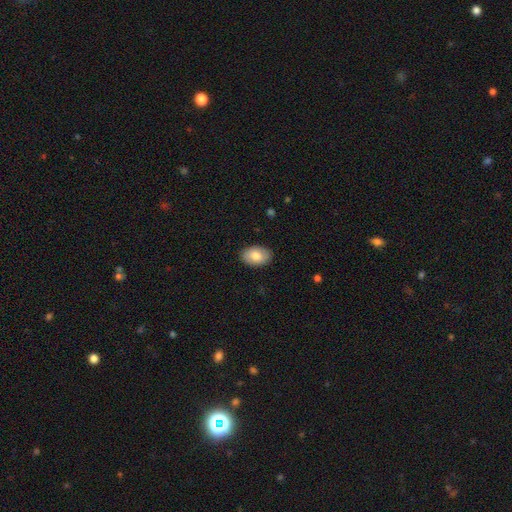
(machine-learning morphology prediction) A smooth galaxy with no disk features (80%) that is in between round and cigar-shaped (87%). Merging: none (89%).